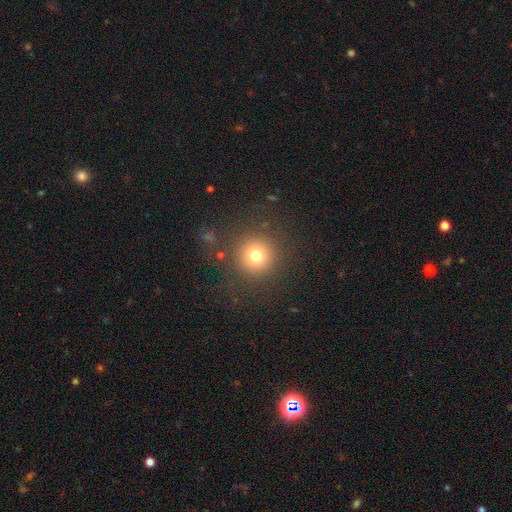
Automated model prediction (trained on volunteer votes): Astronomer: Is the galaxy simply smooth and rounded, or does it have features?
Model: smooth — 76%.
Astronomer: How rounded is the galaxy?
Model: round — 95%.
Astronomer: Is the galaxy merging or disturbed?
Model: none — 86%.